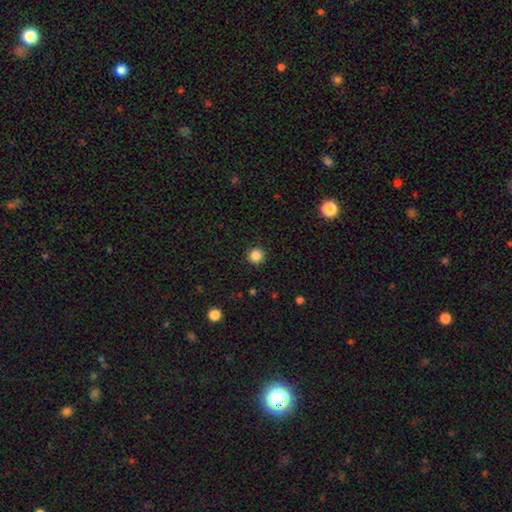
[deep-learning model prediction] This appears to be a smooth galaxy with no disk features (86%) that is round (96%). Merging: none (92%).